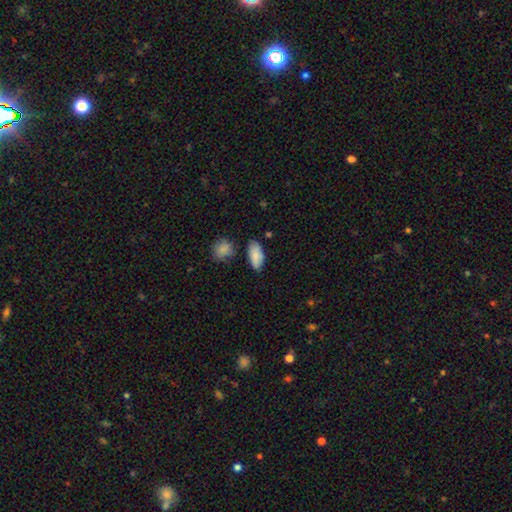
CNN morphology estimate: smooth 83%, featured or disk 11%, star or artifact 7%. Down the decision tree: how rounded — in between (90%); merging — none (72%).